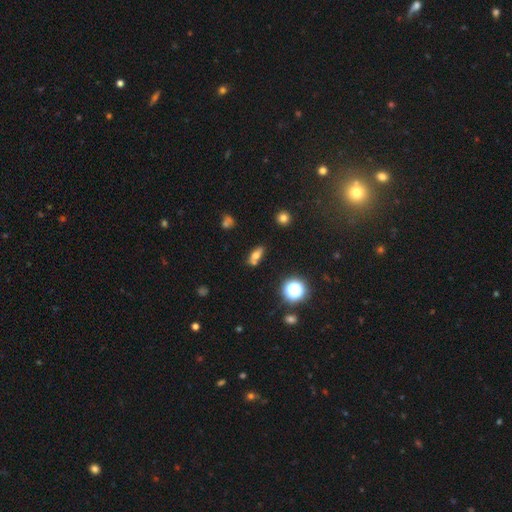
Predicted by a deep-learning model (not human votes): Smooth or featured?
  - smooth: 63% *
  - featured or disk: 22%
  - star or artifact: 15%
How rounded?
  - in between: 71% *
  - cigar-shaped: 19%
  - round: 11%
Merging?
  - none: 62% *
  - merger: 20%
  - minor disturbance: 13%
  - major disturbance: 4%